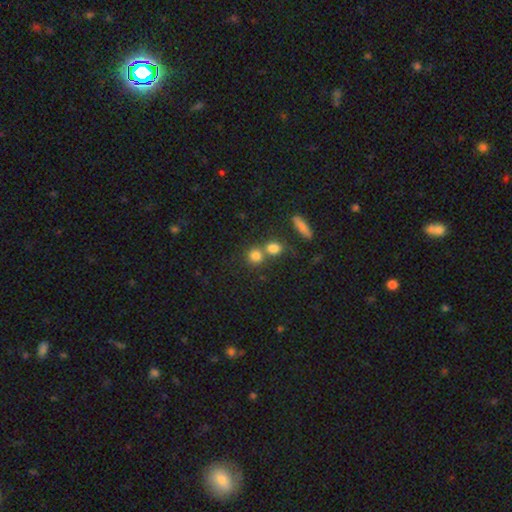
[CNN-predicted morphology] Smooth or featured: smooth — 79% (star or artifact — 13%)
How rounded: round — 82% (in between — 16%)
Merging: none — 52% (merger — 36%)